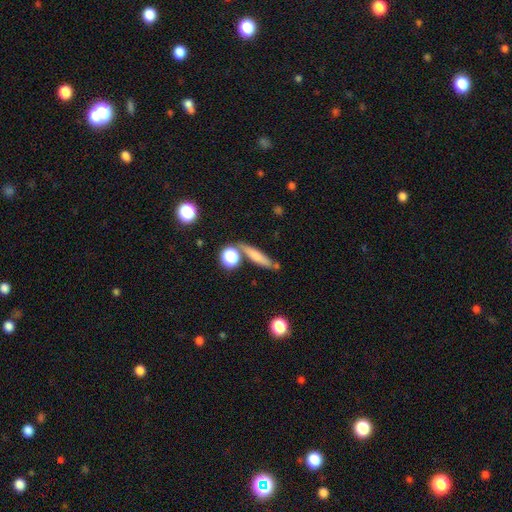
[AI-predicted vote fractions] The model was most divided on "smooth or featured": smooth: 68%, featured or disk: 22%, star or artifact: 10%. More confident: how rounded — cigar-shaped (74%); merging — none (71%).